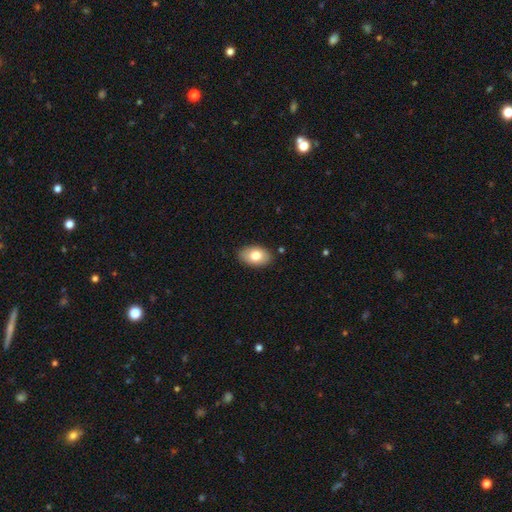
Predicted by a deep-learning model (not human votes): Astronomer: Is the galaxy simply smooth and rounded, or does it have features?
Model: smooth — 78%.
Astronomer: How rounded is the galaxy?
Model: in between — 91%.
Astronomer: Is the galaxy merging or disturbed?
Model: none — 87%.